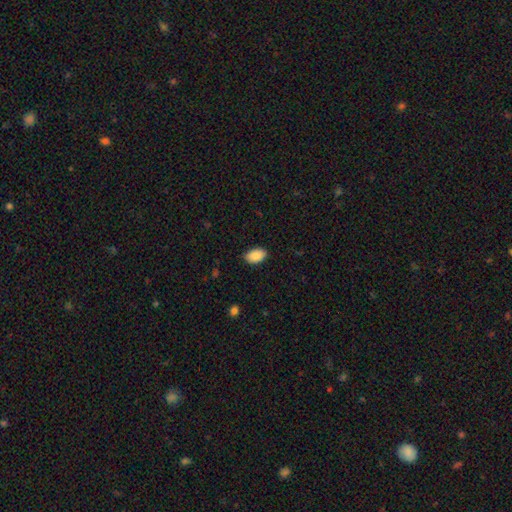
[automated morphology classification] The model was most divided on "merging": none: 86%, minor disturbance: 11%, major disturbance: 2%, merger: 1%. More confident: how rounded — in between (93%); smooth or featured — smooth (89%).